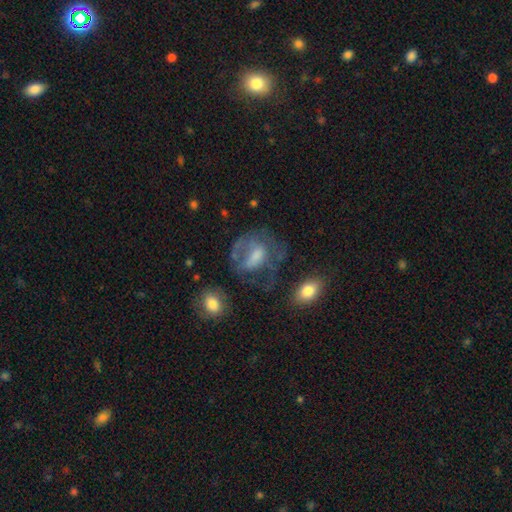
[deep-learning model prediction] featured or disk 54%, smooth 34%, star or artifact 12%. Down the decision tree: edge-on disk — no (96%); bar — no (52%); spiral arms — no (56%); bulge size — moderate (38%); merging — none (45%).